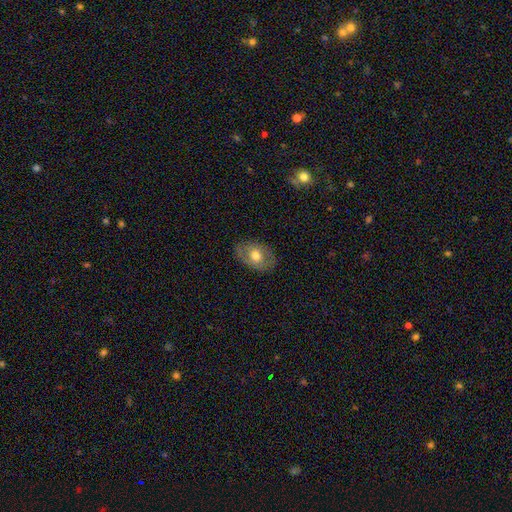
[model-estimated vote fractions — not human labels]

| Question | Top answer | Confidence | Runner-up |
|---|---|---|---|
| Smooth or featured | smooth | 60% | featured or disk (32%) |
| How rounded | in between | 79% | round (20%) |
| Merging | none | 81% | minor disturbance (14%) |